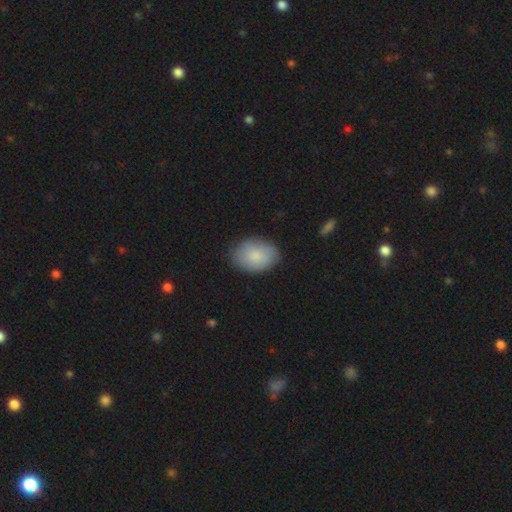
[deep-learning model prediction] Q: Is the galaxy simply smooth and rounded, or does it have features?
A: smooth — 81%.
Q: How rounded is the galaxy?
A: in between — 78%.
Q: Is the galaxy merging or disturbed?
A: none — 82%.